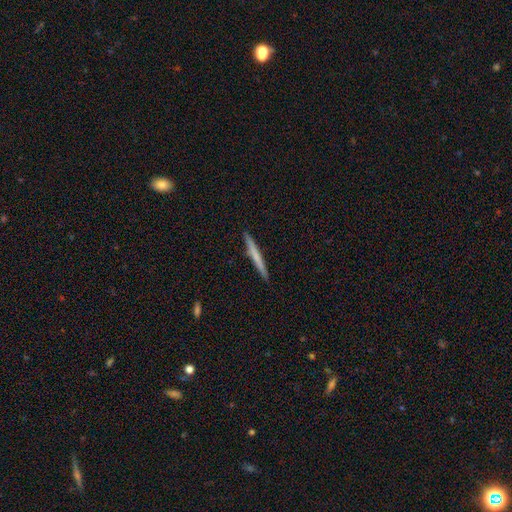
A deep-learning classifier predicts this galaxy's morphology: This is possibly a smooth galaxy (56%). How rounded: clearly cigar-shaped (97%). Merging: clearly none (92%).